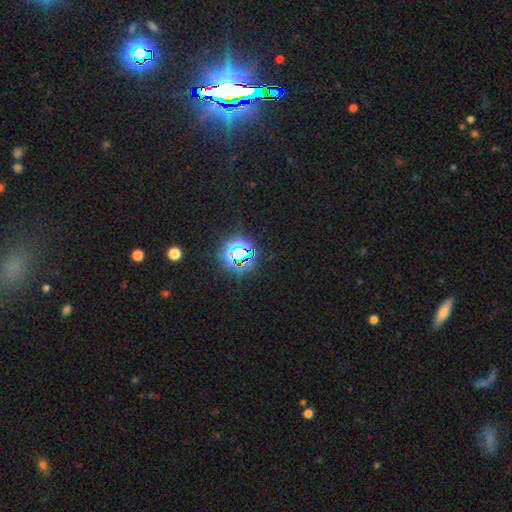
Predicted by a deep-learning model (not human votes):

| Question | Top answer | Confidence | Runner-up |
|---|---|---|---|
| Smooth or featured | star or artifact | 81% | smooth (12%) |